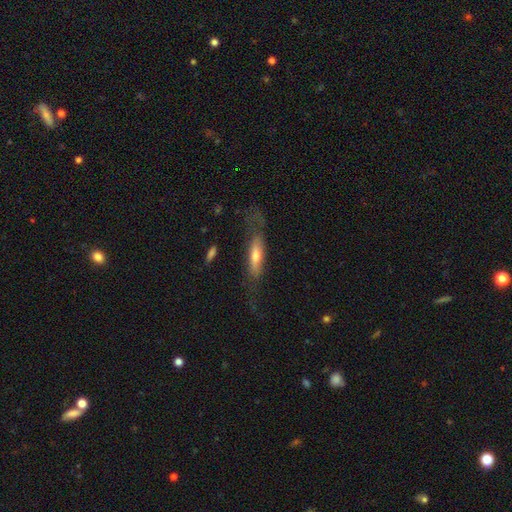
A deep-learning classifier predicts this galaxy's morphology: smooth_or_featured: featured or disk (p=0.48) [alt: smooth p=0.44]
merging: none (p=0.55) [alt: major disturbance p=0.21]